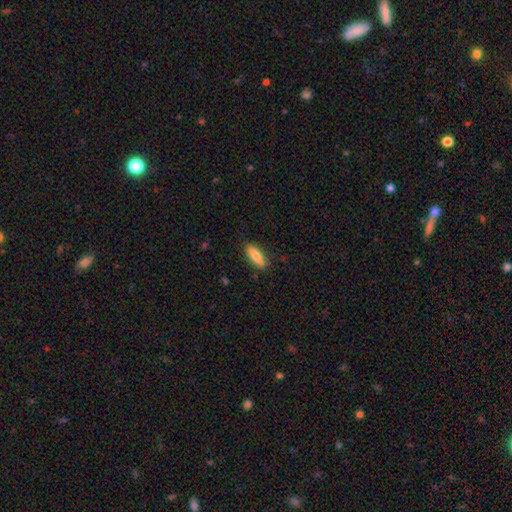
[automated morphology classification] This is likely a smooth galaxy (73%). How rounded: possibly in between (59%). Merging: clearly none (85%).